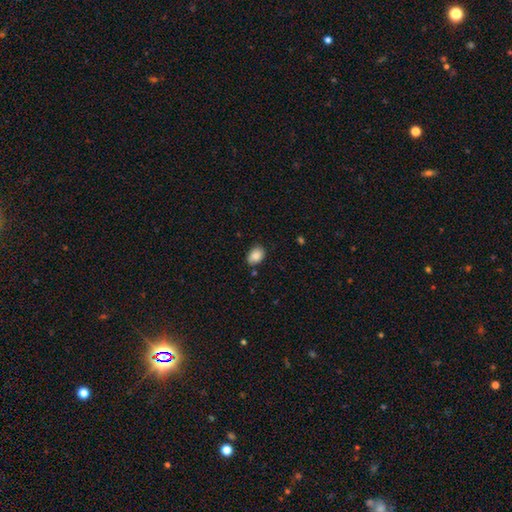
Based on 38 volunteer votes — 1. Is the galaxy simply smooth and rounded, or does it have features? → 89% smooth, 5% featured or disk, 5% star or artifact.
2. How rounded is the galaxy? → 85% in between, 15% round, 0% cigar-shaped.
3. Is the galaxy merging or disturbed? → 72% none, 28% minor disturbance, 0% major disturbance, 0% merger.